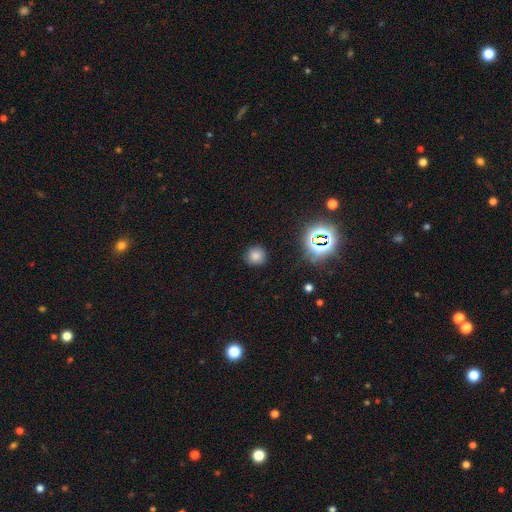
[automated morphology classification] The model was most divided on "smooth or featured": smooth: 76%, star or artifact: 18%, featured or disk: 5%. More confident: how rounded — round (91%); merging — none (87%).